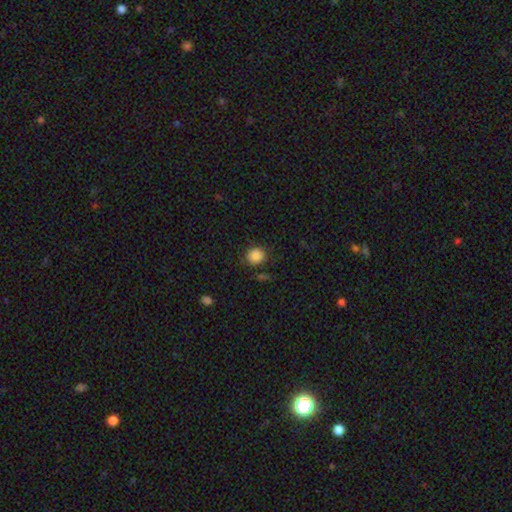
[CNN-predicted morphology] A smooth galaxy with no disk features (87%) that is round (90%). Merging: none (84%).